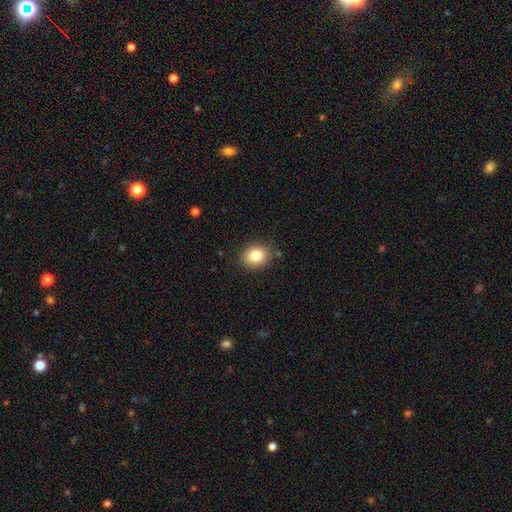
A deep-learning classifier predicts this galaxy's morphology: A smooth galaxy with no disk features (82%) that is round (64%).

Vote fractions:
- Smooth or featured? smooth: 82% / star or artifact: 10% / featured or disk: 8%
- How rounded? round: 64% / in between: 35% / cigar-shaped: 1%
- Merging? none: 86% / minor disturbance: 10% / major disturbance: 2% / merger: 2%